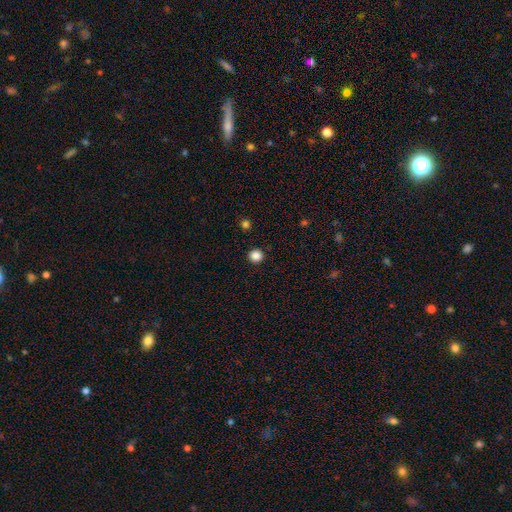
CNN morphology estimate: This appears to be a smooth galaxy with no disk features (86%) that is round (93%). Merging: none (93%).